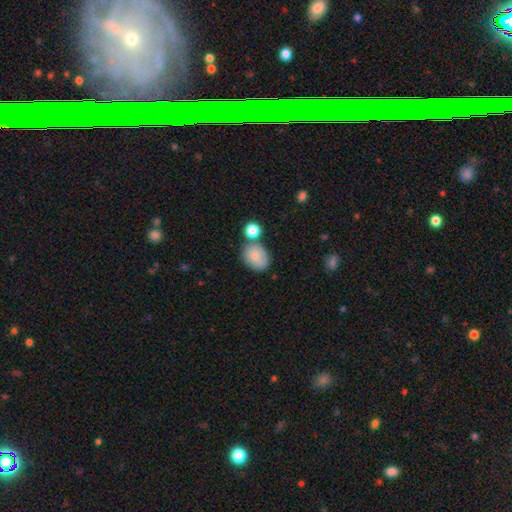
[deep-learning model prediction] This is clearly a smooth galaxy (82%). How rounded: likely in between (63%). Merging: likely none (63%).